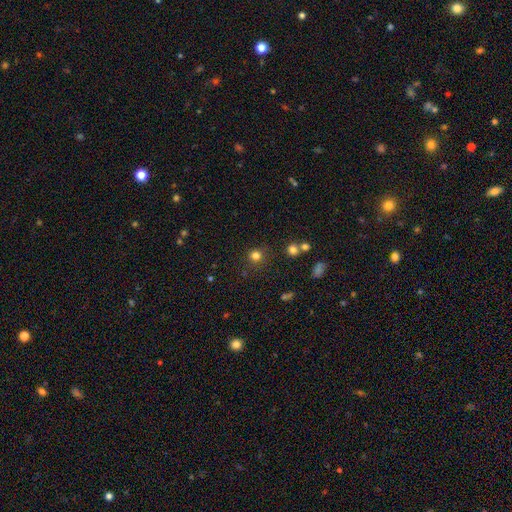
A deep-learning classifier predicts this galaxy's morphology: smooth 77%, star or artifact 17%, featured or disk 6%. Down the decision tree: how rounded — round (91%); merging — none (83%).